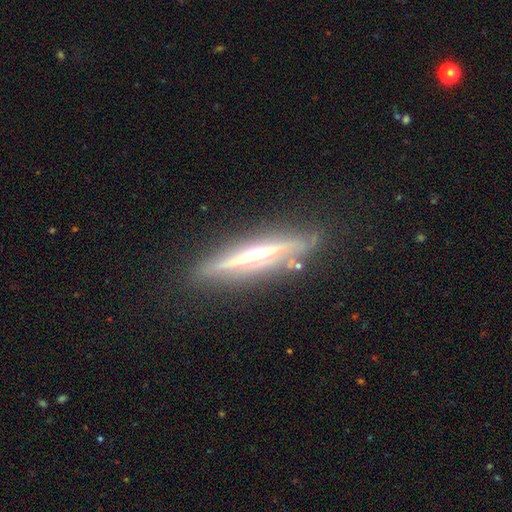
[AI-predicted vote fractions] The model was most divided on "edge-on bulge": rounded: 76%, none: 16%, boxy: 8%. More confident: edge-on disk — yes (96%); merging — none (83%); smooth or featured — featured or disk (83%).